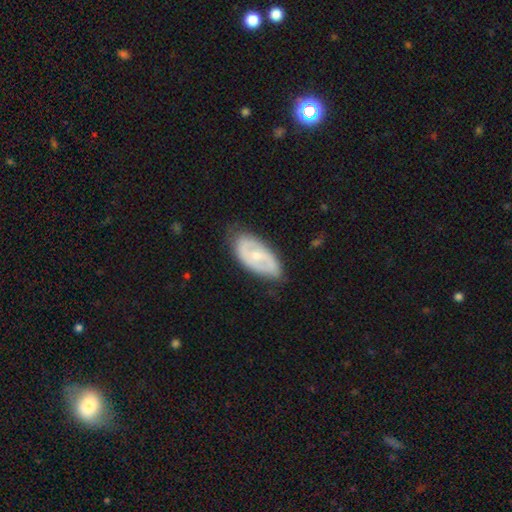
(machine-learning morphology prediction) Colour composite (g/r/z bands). It shows a featured or disk galaxy (64%) with no bar (51%), spiral arms (67%) and a small central bulge (57%). Merging: none (73%).